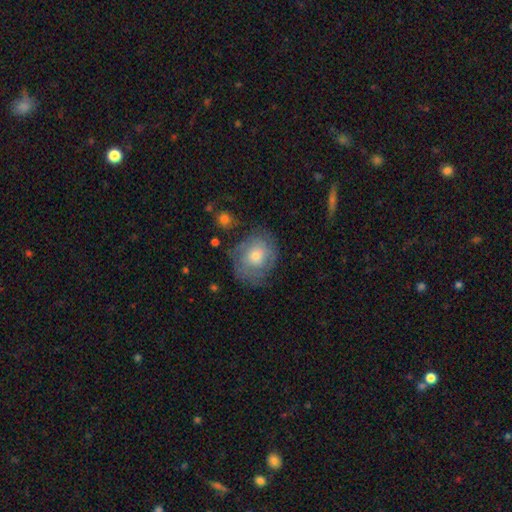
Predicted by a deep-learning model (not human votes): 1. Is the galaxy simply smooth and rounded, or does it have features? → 51% featured or disk, 41% smooth, 8% star or artifact.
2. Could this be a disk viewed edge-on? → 96% no, 4% yes.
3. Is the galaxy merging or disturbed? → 68% none, 21% minor disturbance, 10% major disturbance, 2% merger.